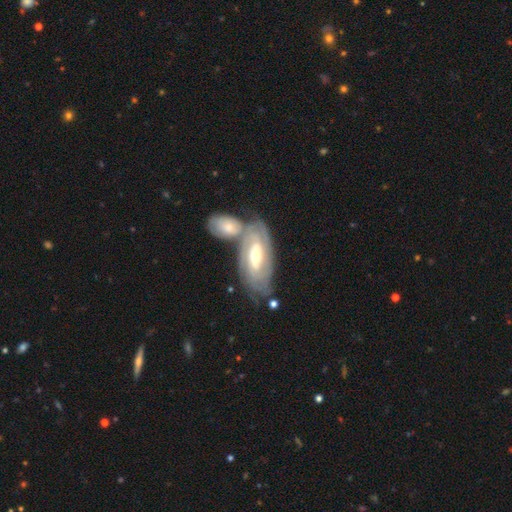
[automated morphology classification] This appears to be a featured or disk galaxy (77%) with a weak bar (44%), tight (71%) spiral arms (86%) and a moderate central bulge (63%). Merging: none (45%).